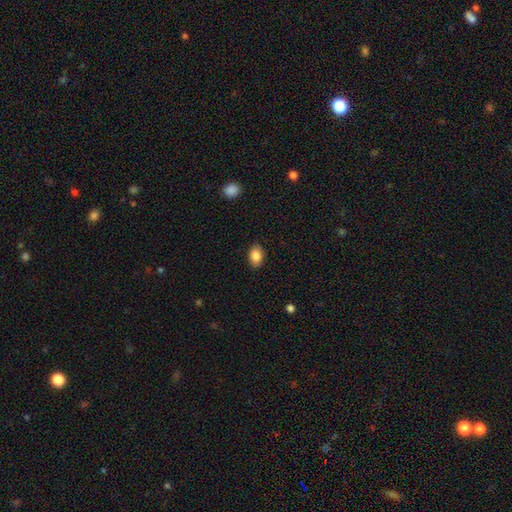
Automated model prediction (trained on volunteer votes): Smooth or featured? Predicted: smooth (p=0.87). How rounded? Predicted: in between (p=0.84). Merging? Predicted: none (p=0.88).